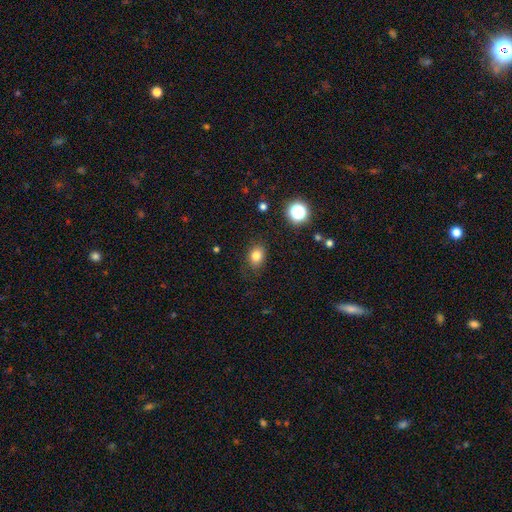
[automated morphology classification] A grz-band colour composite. It shows a smooth galaxy with no disk features (81%) that is in between round and cigar-shaped (58%). Merging: none (82%).